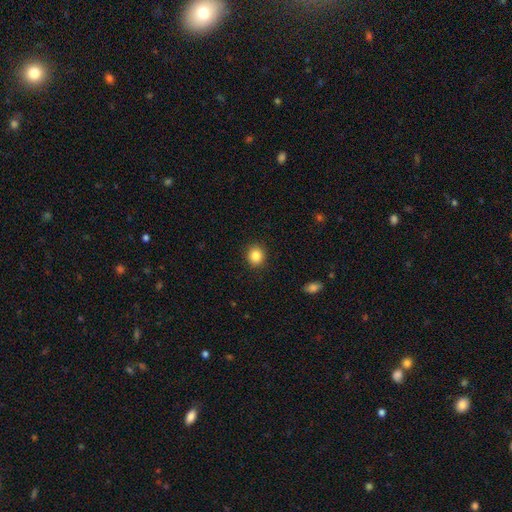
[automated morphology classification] type=smooth (85%); roundness=round (81%); merging=none (91%).